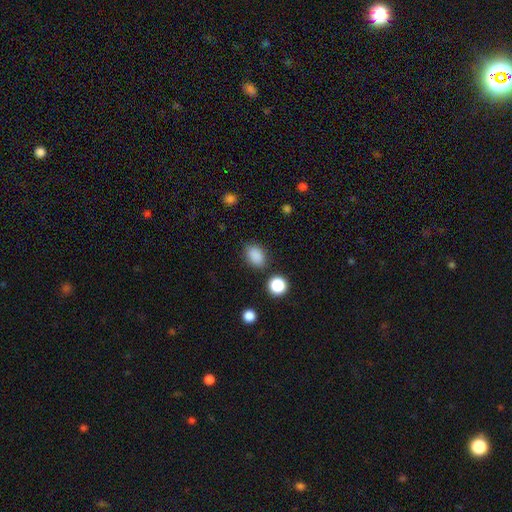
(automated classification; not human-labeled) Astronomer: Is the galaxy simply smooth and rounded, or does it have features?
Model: smooth — 86%.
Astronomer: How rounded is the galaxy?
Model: in between — 75%.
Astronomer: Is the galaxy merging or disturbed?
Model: none — 82%.